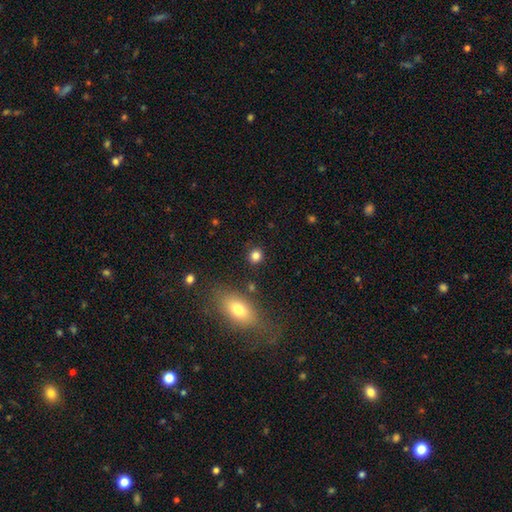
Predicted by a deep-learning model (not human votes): This is clearly a smooth galaxy (83%). How rounded: clearly round (81%). Merging: clearly none (86%).